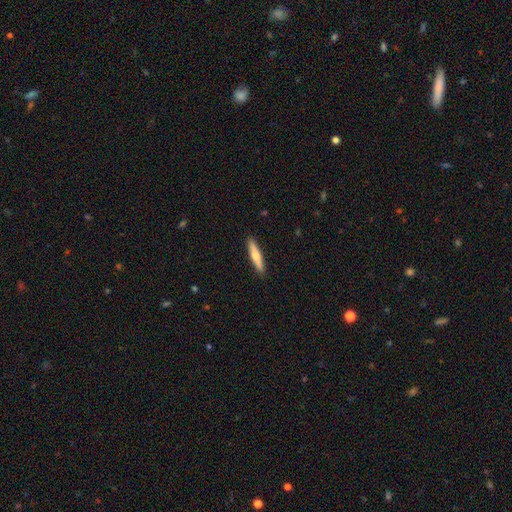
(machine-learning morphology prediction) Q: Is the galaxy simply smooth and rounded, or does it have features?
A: smooth — 62%.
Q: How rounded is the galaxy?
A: cigar-shaped — 88%.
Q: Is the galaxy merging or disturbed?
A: none — 91%.